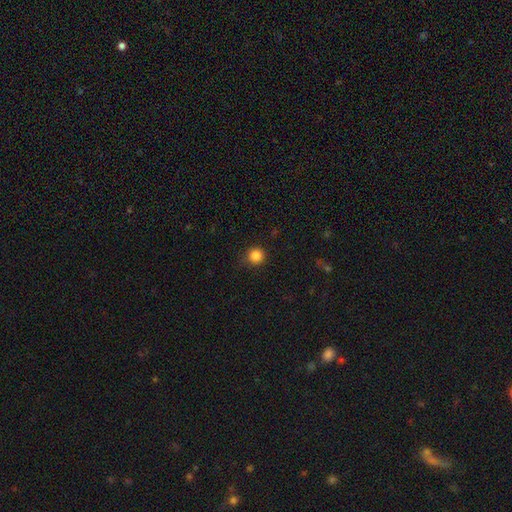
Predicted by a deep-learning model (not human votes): A smooth galaxy with no disk features (85%) that is round (94%).

Vote fractions:
- Smooth or featured? smooth: 85% / star or artifact: 12% / featured or disk: 3%
- How rounded? round: 94% / in between: 5% / cigar-shaped: 1%
- Merging? none: 88% / minor disturbance: 9% / major disturbance: 2% / merger: 1%